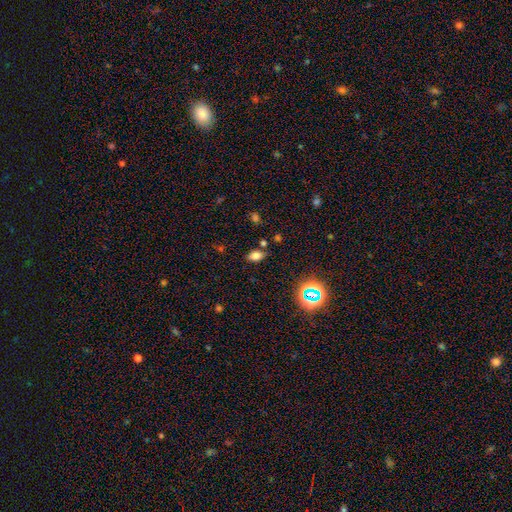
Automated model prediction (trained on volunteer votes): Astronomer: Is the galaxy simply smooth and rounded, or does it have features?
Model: smooth — 74%.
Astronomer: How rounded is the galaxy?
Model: in between — 87%.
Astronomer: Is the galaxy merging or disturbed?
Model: none — 81%.